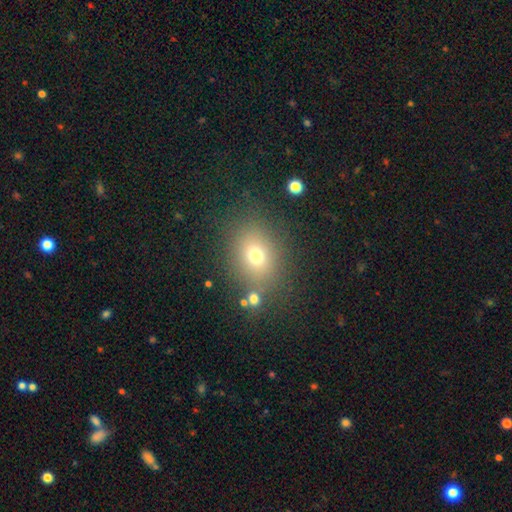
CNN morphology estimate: smooth-or-featured: smooth: 70% | star or artifact: 18% | featured or disk: 13%
  how-rounded: in between: 51% | round: 48% | cigar-shaped: 1%
  merging: none: 79% | minor disturbance: 11% | major disturbance: 5% | merger: 5%